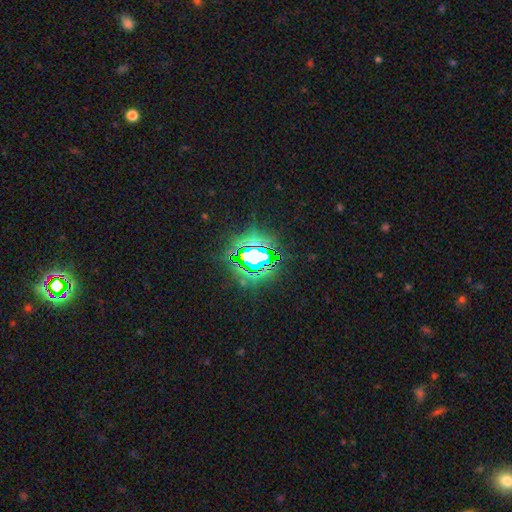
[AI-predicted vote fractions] star or artifact 83%, smooth 10%, featured or disk 7%.